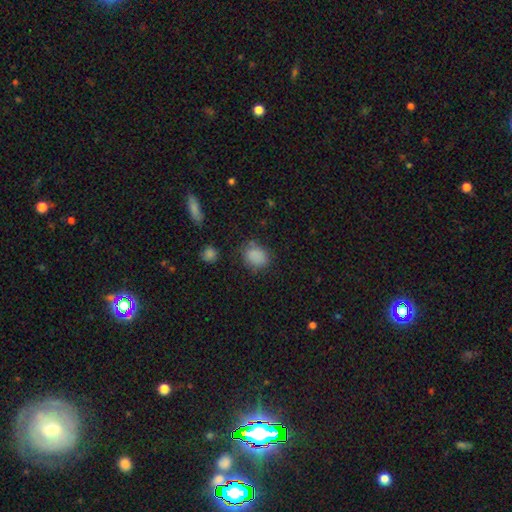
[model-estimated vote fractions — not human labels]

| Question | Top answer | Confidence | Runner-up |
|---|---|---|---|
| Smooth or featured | smooth | 83% | star or artifact (12%) |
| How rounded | in between | 51% | round (47%) |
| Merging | none | 70% | minor disturbance (20%) |